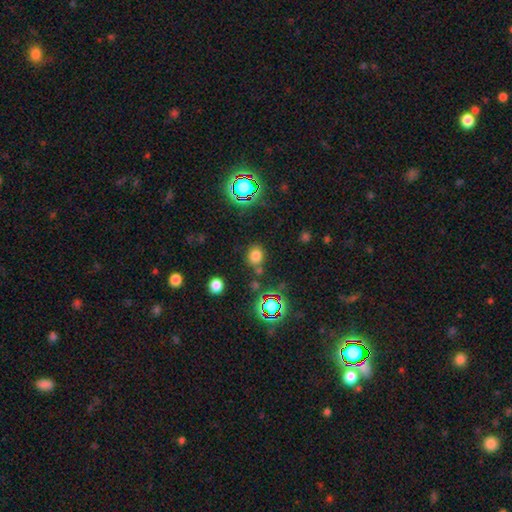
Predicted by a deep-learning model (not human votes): Smooth or featured: smooth — 71% (star or artifact — 22%)
How rounded: round — 69% (in between — 30%)
Merging: none — 75% (minor disturbance — 12%)